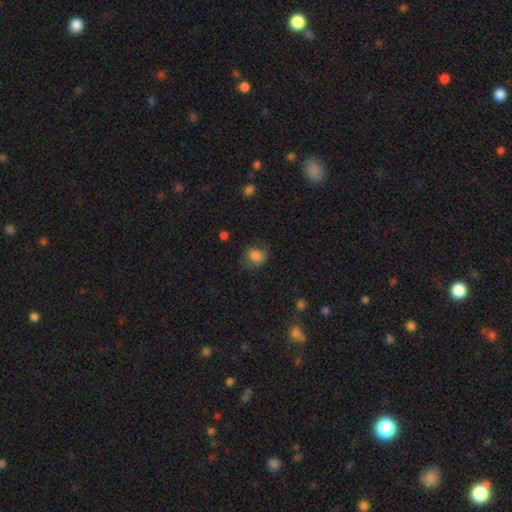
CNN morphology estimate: This is clearly a smooth galaxy (81%). How rounded: possibly round (57%). Merging: possibly none (59%).